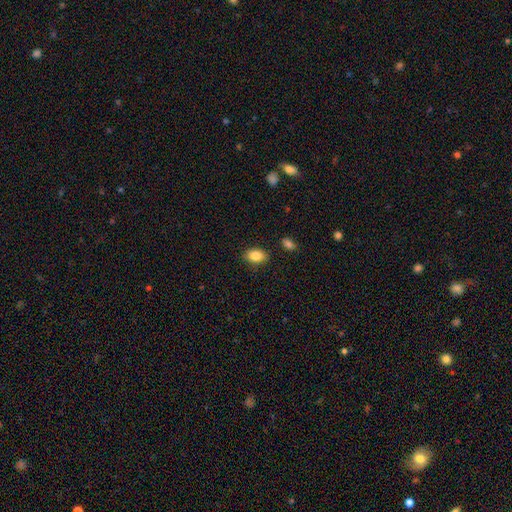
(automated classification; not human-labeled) This is clearly a smooth galaxy (86%). How rounded: clearly in between (87%). Merging: clearly none (85%).